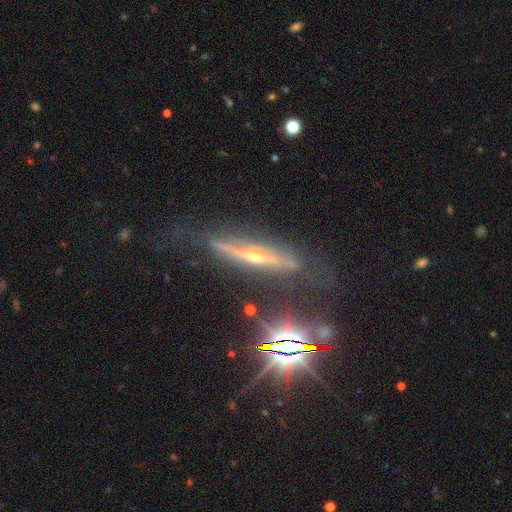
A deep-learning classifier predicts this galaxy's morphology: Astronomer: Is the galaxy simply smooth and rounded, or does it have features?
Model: featured or disk — 76%.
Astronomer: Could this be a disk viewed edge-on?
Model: yes — 89%.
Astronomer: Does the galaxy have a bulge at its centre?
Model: rounded — 81%.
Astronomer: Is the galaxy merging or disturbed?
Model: none — 64%.